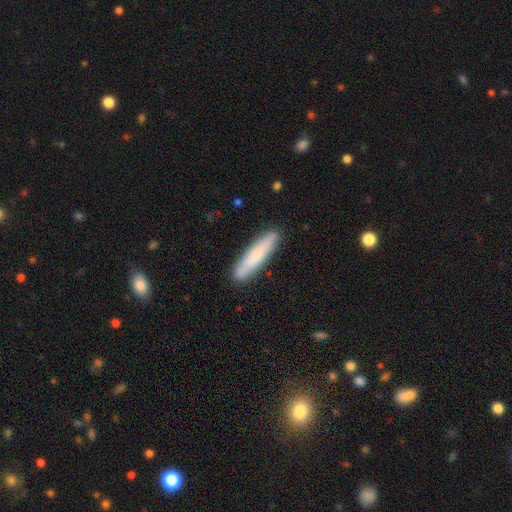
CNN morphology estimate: Q: Smooth or featured?
A: smooth (71%); runner-up: featured or disk (24%)
Q: How rounded?
A: cigar-shaped (89%); runner-up: in between (10%)
Q: Merging?
A: none (87%); runner-up: minor disturbance (9%)